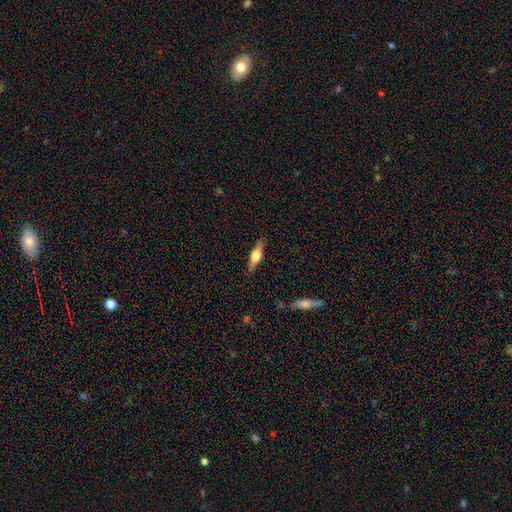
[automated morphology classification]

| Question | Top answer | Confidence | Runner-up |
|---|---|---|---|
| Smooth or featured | featured or disk | 54% | smooth (39%) |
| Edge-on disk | yes | 94% | no (6%) |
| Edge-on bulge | rounded | 91% | boxy (7%) |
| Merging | none | 86% | minor disturbance (10%) |